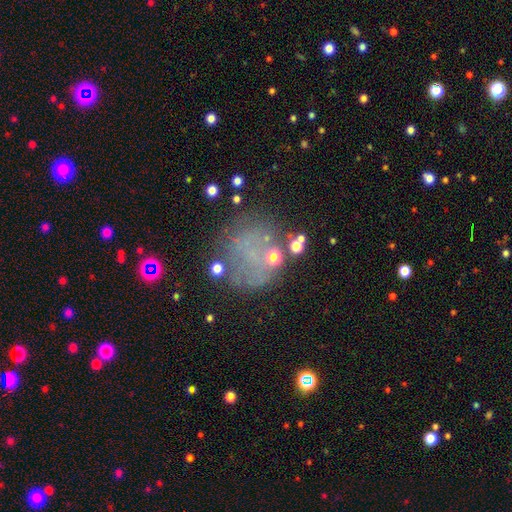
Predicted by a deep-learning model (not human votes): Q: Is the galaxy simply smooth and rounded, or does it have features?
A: smooth — 38%.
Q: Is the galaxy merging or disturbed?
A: none — 65%.